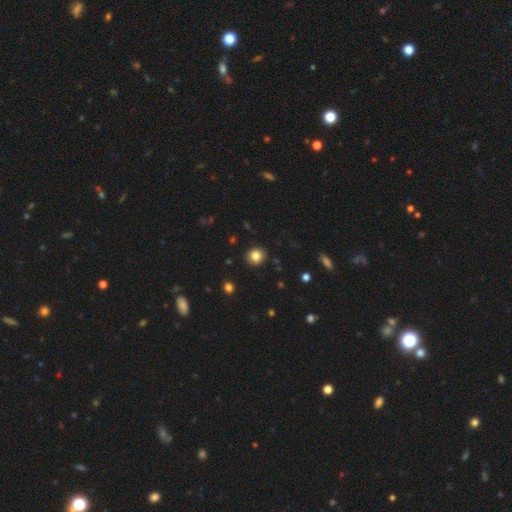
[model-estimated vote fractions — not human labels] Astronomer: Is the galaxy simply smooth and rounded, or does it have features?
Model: smooth — 83%.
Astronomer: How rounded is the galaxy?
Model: round — 86%.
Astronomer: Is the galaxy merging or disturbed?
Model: none — 91%.